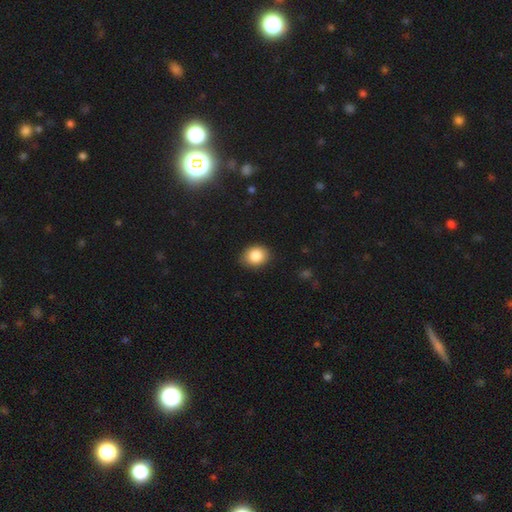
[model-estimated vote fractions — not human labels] Morphology: type=smooth (85%); roundness=round (53%); merging=none (85%).